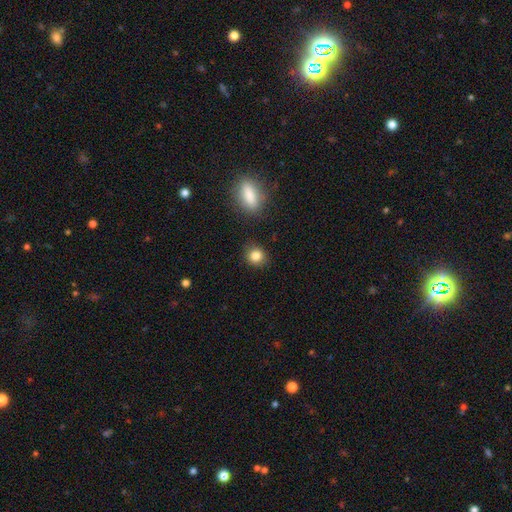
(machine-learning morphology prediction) A smooth galaxy with no disk features (84%) that is round (81%).

Vote fractions:
- Smooth or featured? smooth: 84% / star or artifact: 10% / featured or disk: 5%
- How rounded? round: 81% / in between: 18% / cigar-shaped: 1%
- Merging? none: 86% / minor disturbance: 9% / merger: 2% / major disturbance: 2%